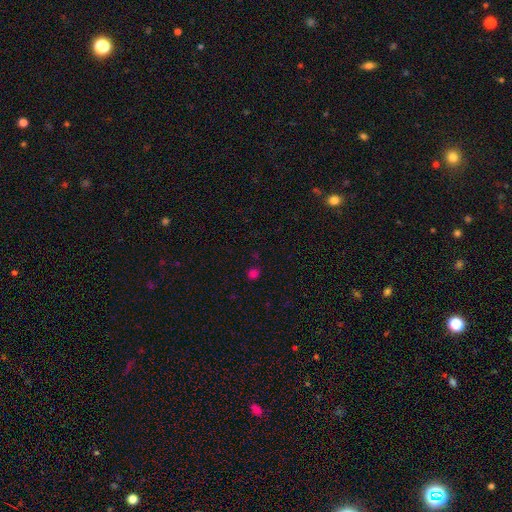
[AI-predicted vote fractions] Smooth or featured?
  - smooth: 66% *
  - star or artifact: 30%
  - featured or disk: 4%
How rounded?
  - round: 86% *
  - in between: 13%
  - cigar-shaped: 1%
Merging?
  - none: 83% *
  - minor disturbance: 10%
  - merger: 4%
  - major disturbance: 3%